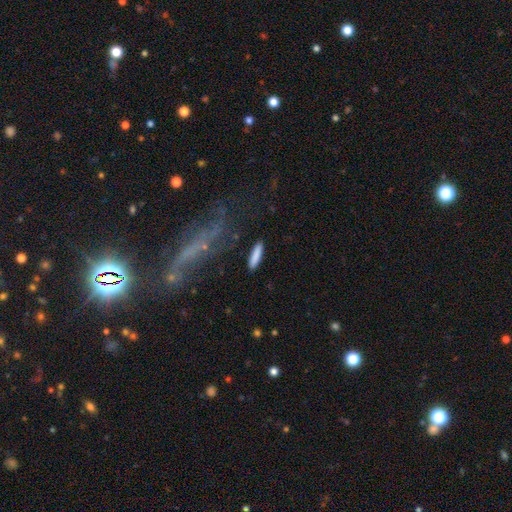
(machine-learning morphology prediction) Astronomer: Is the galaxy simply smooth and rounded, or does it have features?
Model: smooth — 85%.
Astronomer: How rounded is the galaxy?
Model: cigar-shaped — 76%.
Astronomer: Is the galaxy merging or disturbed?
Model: none — 86%.